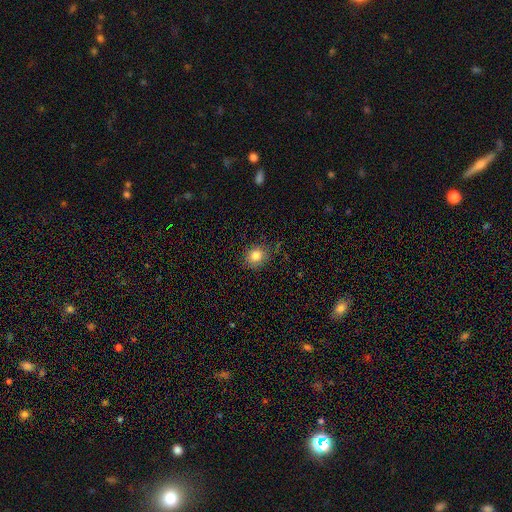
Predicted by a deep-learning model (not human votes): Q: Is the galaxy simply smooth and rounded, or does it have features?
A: smooth — 82%.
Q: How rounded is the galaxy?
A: round — 75%.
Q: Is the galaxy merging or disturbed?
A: none — 84%.